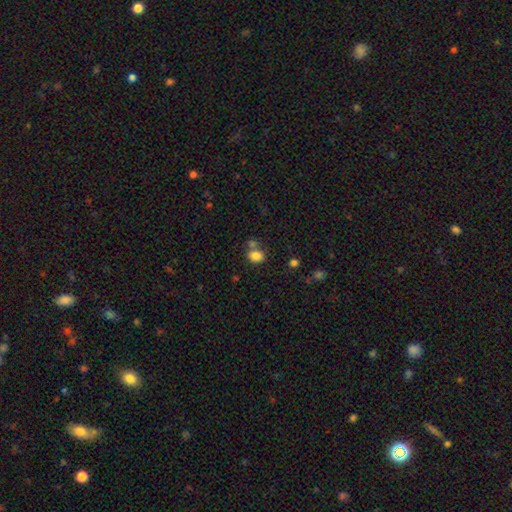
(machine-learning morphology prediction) A smooth galaxy with no disk features (82%) that is in between round and cigar-shaped (60%).

Vote fractions:
- Smooth or featured? smooth: 82% / star or artifact: 11% / featured or disk: 7%
- How rounded? in between: 60% / round: 39% / cigar-shaped: 1%
- Merging? none: 54% / merger: 27% / minor disturbance: 14% / major disturbance: 5%